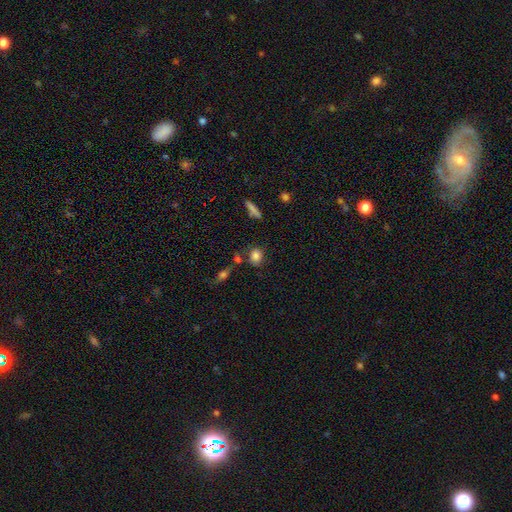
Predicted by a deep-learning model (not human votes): This appears to be a smooth galaxy with no disk features (83%) that is round (57%). Merging: none (70%).